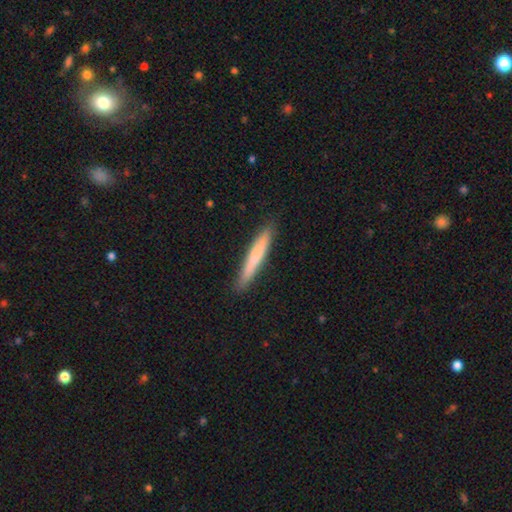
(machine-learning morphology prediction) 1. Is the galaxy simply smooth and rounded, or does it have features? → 72% smooth, 23% featured or disk, 5% star or artifact.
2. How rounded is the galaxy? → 95% cigar-shaped, 4% in between, 1% round.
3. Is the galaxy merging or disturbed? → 89% none, 8% minor disturbance, 1% major disturbance, 1% merger.